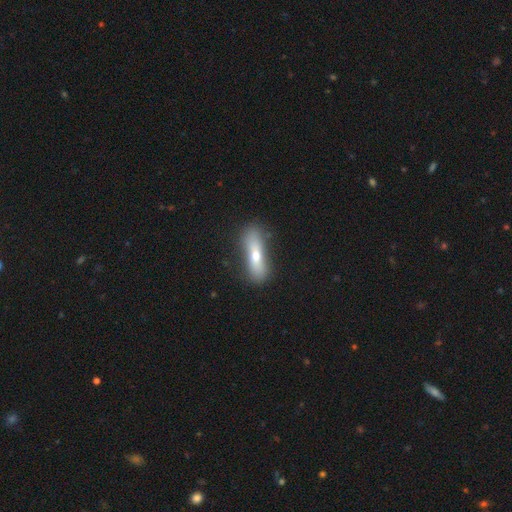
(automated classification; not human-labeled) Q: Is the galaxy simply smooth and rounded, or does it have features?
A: smooth — 56%.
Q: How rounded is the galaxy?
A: cigar-shaped — 66%.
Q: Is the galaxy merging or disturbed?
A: none — 78%.